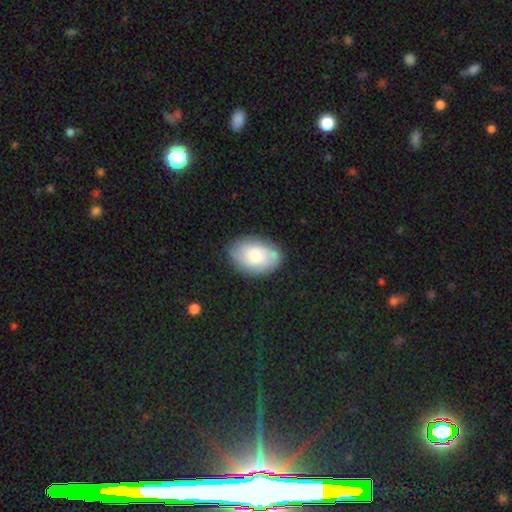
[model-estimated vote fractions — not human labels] A smooth galaxy with no disk features (64%) that is in between round and cigar-shaped (87%).

Vote fractions:
- Smooth or featured? smooth: 64% / featured or disk: 29% / star or artifact: 7%
- How rounded? in between: 87% / round: 12% / cigar-shaped: 1%
- Merging? none: 80% / minor disturbance: 15% / major disturbance: 4% / merger: 1%